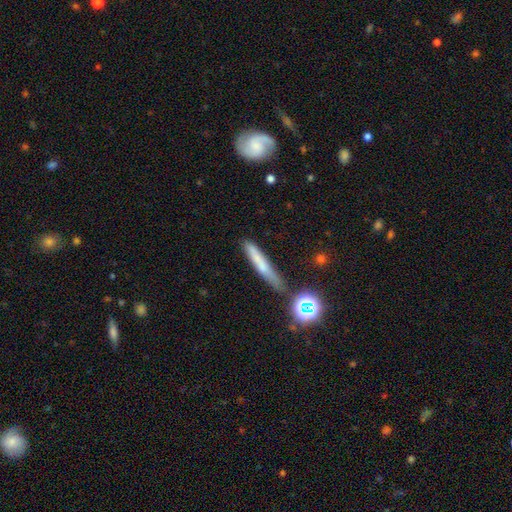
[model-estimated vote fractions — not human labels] Q: Smooth or featured?
A: smooth (69%); runner-up: featured or disk (21%)
Q: How rounded?
A: cigar-shaped (91%); runner-up: in between (7%)
Q: Merging?
A: none (65%); runner-up: minor disturbance (20%)